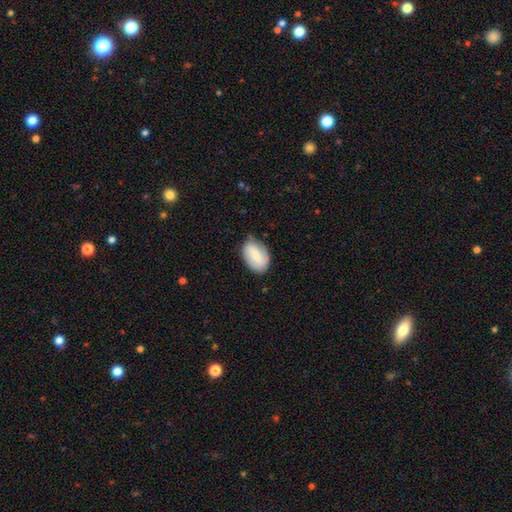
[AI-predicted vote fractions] This is likely a smooth galaxy (68%). How rounded: clearly in between (89%). Merging: likely none (74%).